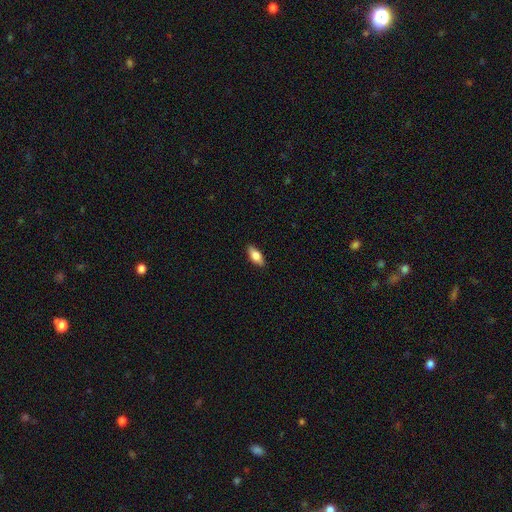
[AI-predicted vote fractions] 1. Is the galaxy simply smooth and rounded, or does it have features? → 76% smooth, 17% featured or disk, 6% star or artifact.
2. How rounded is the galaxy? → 82% in between, 15% cigar-shaped, 3% round.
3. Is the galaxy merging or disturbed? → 88% none, 9% minor disturbance, 2% major disturbance, 1% merger.